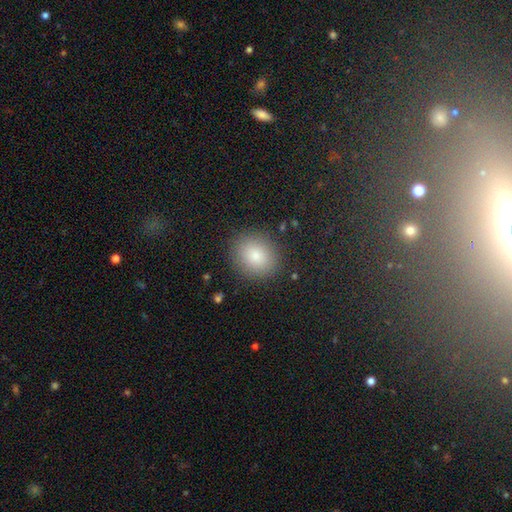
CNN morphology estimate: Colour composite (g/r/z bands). It shows a smooth galaxy with no disk features (83%) that is round (71%). Merging: none (87%).